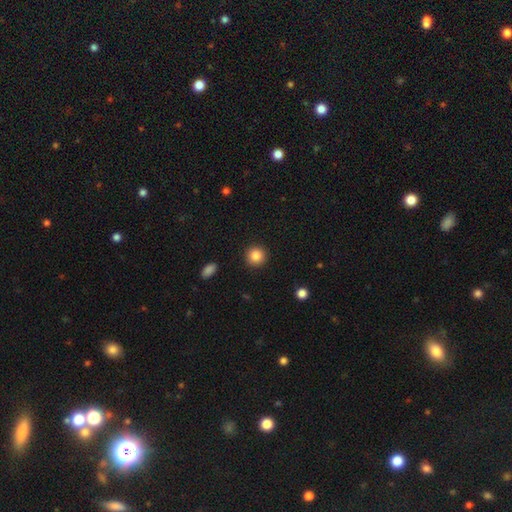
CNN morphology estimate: type=smooth (85%); roundness=round (94%); merging=none (92%).